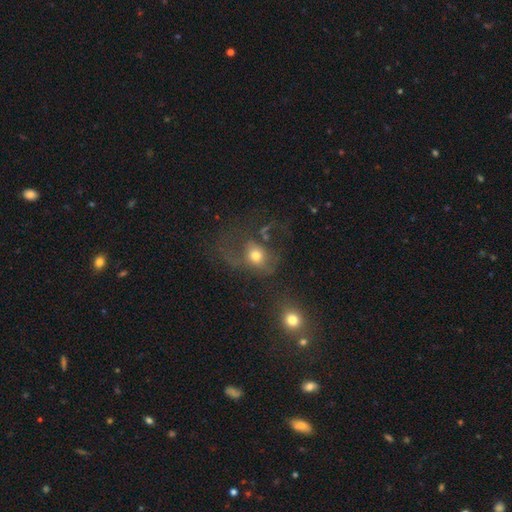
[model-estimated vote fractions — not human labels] Overall: smooth (57%; featured or disk 28%). How rounded: round (54%; in between 44%). Merging: major disturbance (43%; none 30%).